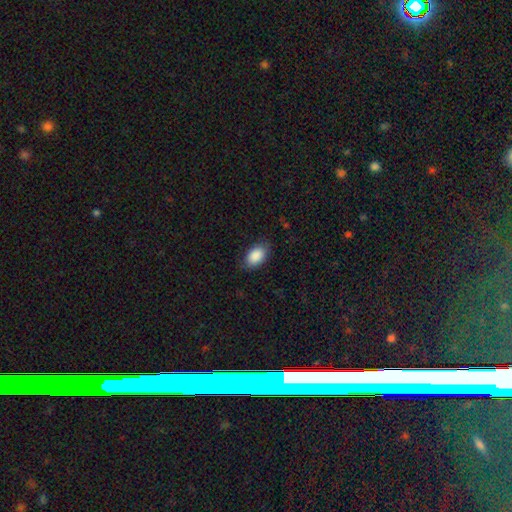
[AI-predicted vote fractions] A smooth galaxy with no disk features (89%) that is in between round and cigar-shaped (91%).

Vote fractions:
- Smooth or featured? smooth: 89% / star or artifact: 7% / featured or disk: 5%
- How rounded? in between: 91% / round: 8% / cigar-shaped: 1%
- Merging? none: 77% / minor disturbance: 18% / major disturbance: 4% / merger: 1%